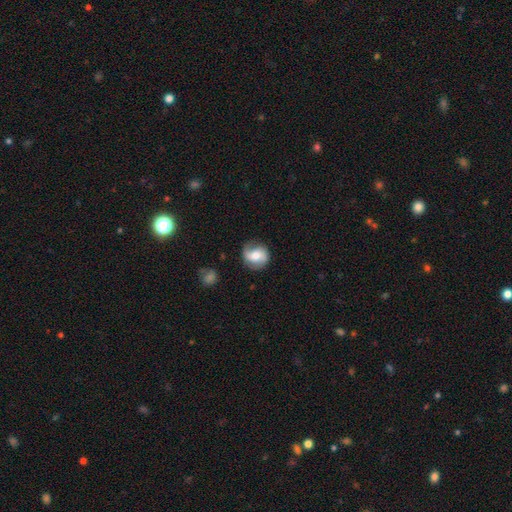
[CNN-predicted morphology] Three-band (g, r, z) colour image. It shows a featured or disk galaxy (52%) with no bar (53%), spiral arms (85%) and a moderate central bulge (67%). Merging: none (72%).